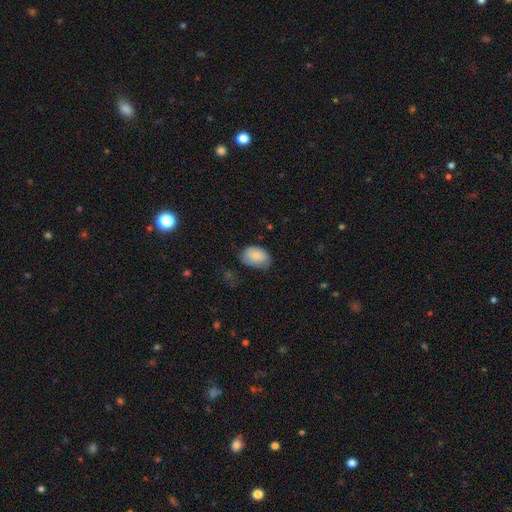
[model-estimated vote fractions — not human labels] smooth 86%, featured or disk 7%, star or artifact 7%. Down the decision tree: how rounded — in between (85%); merging — none (58%).